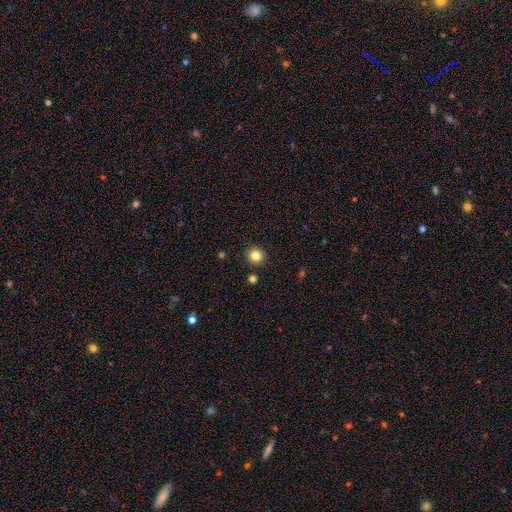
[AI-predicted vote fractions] This appears to be a smooth galaxy with no disk features (83%) that is round (94%). Merging: none (91%).